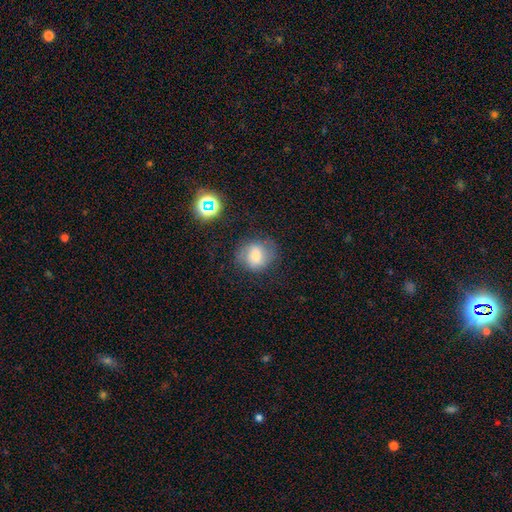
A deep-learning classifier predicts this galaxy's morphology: smooth_or_featured: smooth (p=0.59) [alt: featured or disk p=0.29]
how_rounded: round (p=0.69) [alt: in between p=0.30]
merging: none (p=0.64) [alt: minor disturbance p=0.22]